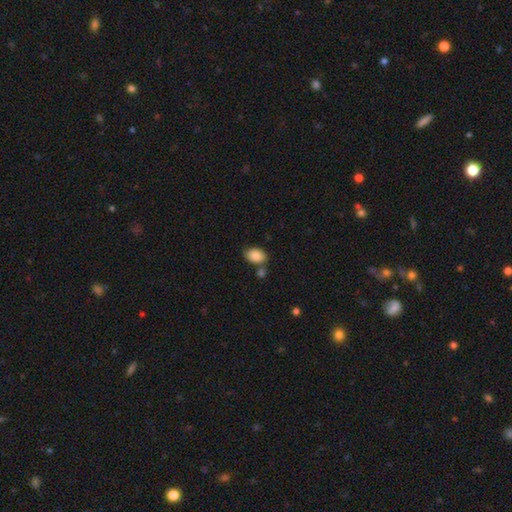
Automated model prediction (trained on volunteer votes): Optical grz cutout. It shows a smooth galaxy with no disk features (88%) that is in between round and cigar-shaped (83%). Merging: none (62%).